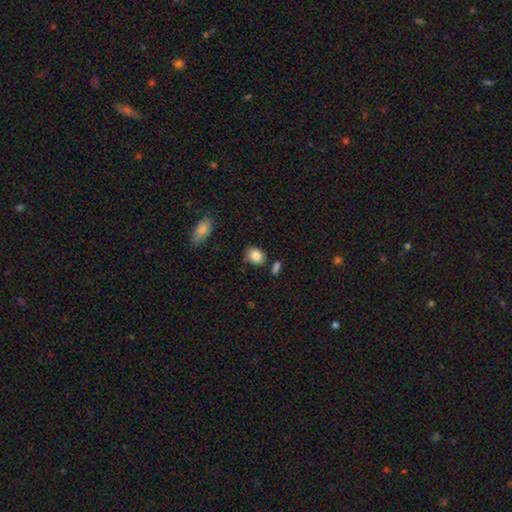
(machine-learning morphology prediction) smooth_or_featured: smooth (p=0.87) [alt: star or artifact p=0.08]
how_rounded: in between (p=0.59) [alt: round p=0.39]
merging: none (p=0.71) [alt: minor disturbance p=0.19]